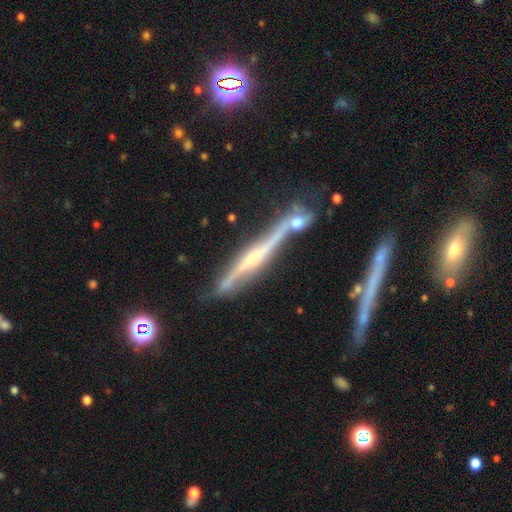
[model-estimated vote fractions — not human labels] Smooth or featured? featured or disk (77%)
Edge-on disk? yes (94%)
Edge-on bulge? rounded (43%)
Merging? none (58%)